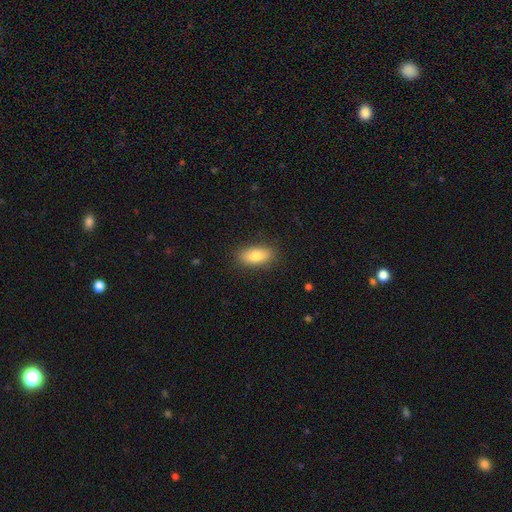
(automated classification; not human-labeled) smooth-or-featured: smooth: 82% | featured or disk: 11% | star or artifact: 7%
  how-rounded: in between: 86% | cigar-shaped: 11% | round: 3%
  merging: none: 86% | minor disturbance: 10% | major disturbance: 2% | merger: 1%